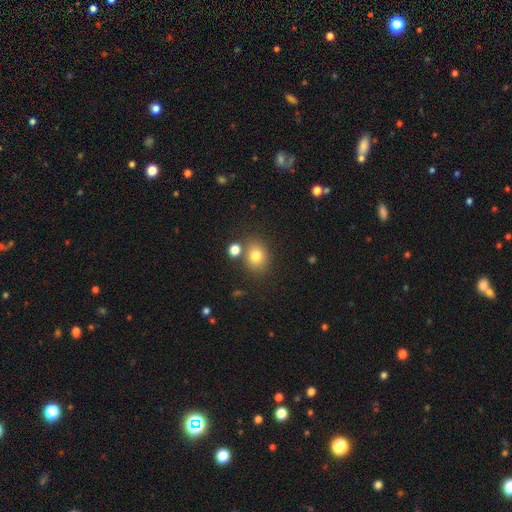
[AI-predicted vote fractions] Morphology: type=smooth (78%); roundness=round (60%); merging=none (72%).